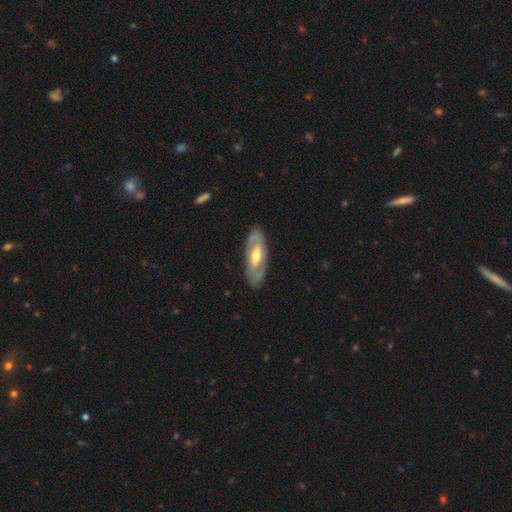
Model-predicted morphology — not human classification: featured or disk 71%, smooth 24%, star or artifact 5%. Down the decision tree: edge-on disk — no (84%); bar — no (45%); spiral arms — yes (54%); bulge size — moderate (67%); merging — none (84%).